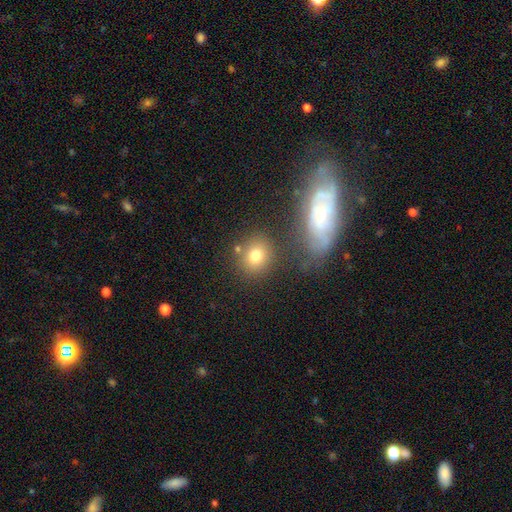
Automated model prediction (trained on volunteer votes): Smooth or featured? smooth (75%)
How rounded? round (77%)
Merging? none (74%)